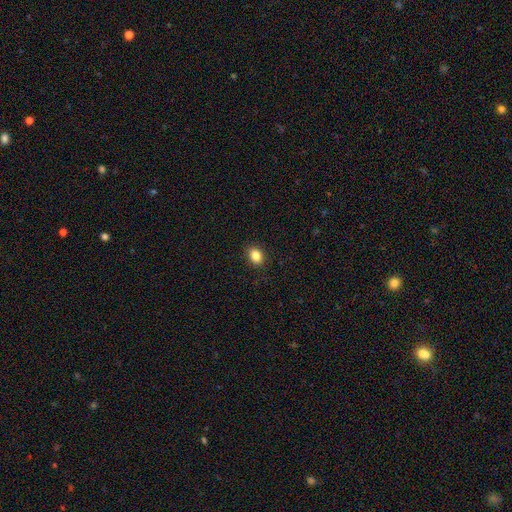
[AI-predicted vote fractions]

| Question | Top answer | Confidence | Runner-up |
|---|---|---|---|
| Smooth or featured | smooth | 85% | star or artifact (10%) |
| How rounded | in between | 72% | round (27%) |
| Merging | none | 89% | minor disturbance (8%) |